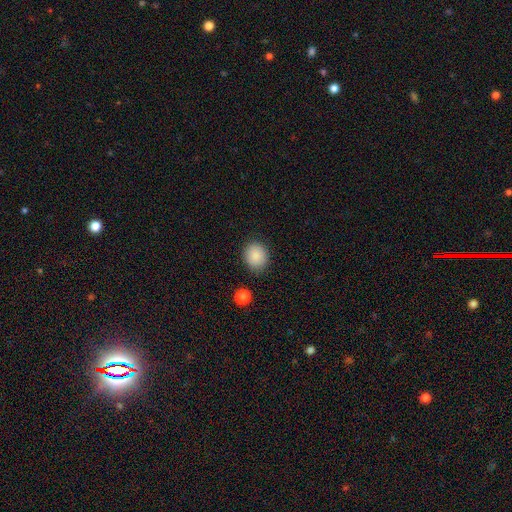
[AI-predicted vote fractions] smooth_or_featured: smooth (p=0.88) [alt: star or artifact p=0.08]
how_rounded: round (p=0.70) [alt: in between p=0.29]
merging: none (p=0.85) [alt: minor disturbance p=0.10]